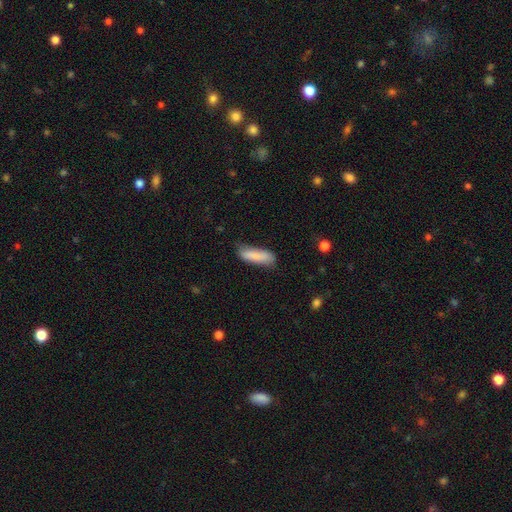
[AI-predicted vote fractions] Morphology: type=smooth (84%); roundness=cigar-shaped (58%); merging=none (68%).